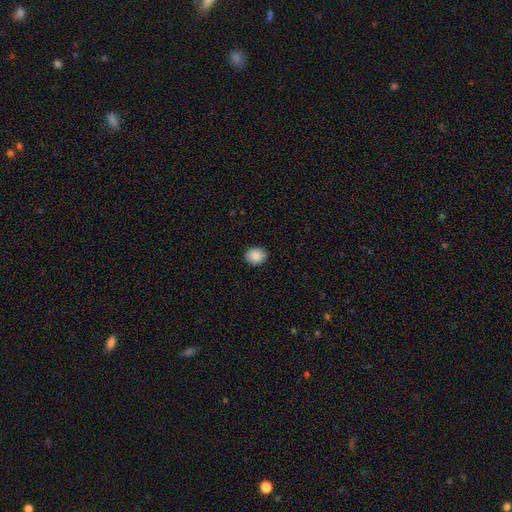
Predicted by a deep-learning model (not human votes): smooth 87%, star or artifact 8%, featured or disk 5%. Down the decision tree: how rounded — round (61%); merging — none (89%).